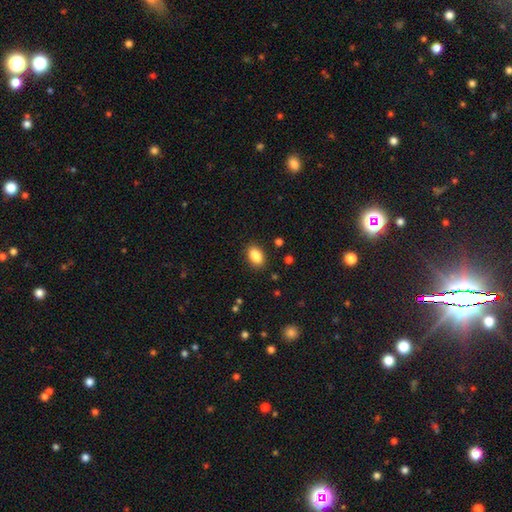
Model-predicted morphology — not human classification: Smooth or featured: smooth — 87% (star or artifact — 8%)
How rounded: in between — 87% (round — 12%)
Merging: none — 88% (minor disturbance — 8%)